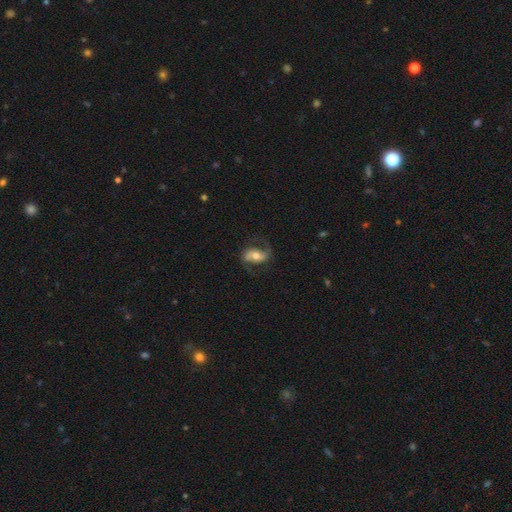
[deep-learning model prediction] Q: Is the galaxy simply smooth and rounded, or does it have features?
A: featured or disk — 69%.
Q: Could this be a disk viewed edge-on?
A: no — 96%.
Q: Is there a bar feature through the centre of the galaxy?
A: no — 37%.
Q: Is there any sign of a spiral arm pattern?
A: yes — 89%.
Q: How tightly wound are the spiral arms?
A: medium — 43%, tied with loose.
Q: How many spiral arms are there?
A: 2 — 89%.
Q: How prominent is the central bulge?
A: moderate — 65%.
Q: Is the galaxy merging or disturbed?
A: none — 69%.